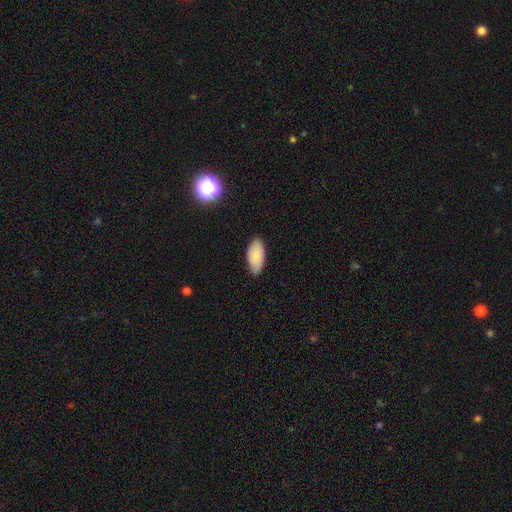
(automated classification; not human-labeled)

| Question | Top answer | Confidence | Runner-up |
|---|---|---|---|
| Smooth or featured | smooth | 82% | featured or disk (11%) |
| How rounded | in between | 94% | cigar-shaped (4%) |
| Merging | none | 80% | minor disturbance (16%) |